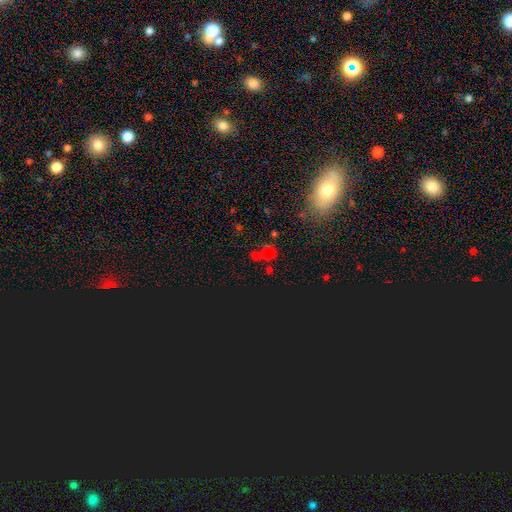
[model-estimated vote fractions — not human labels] Morphology: type=smooth (55%); roundness=round (85%); merging=none (60%).